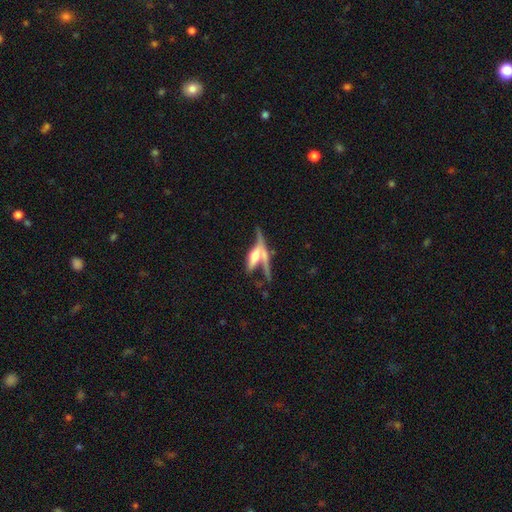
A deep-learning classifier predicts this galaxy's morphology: featured or disk 56%, smooth 36%, star or artifact 8%. Down the decision tree: edge-on disk — yes (79%); merging — merger (38%).